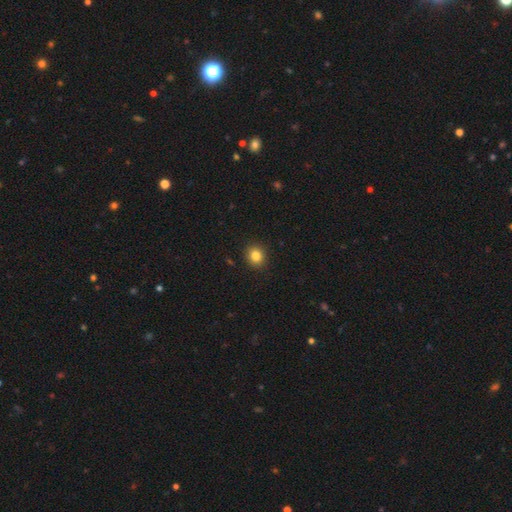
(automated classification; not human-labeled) smooth 84%, star or artifact 11%, featured or disk 5%. Down the decision tree: how rounded — round (80%); merging — none (91%).